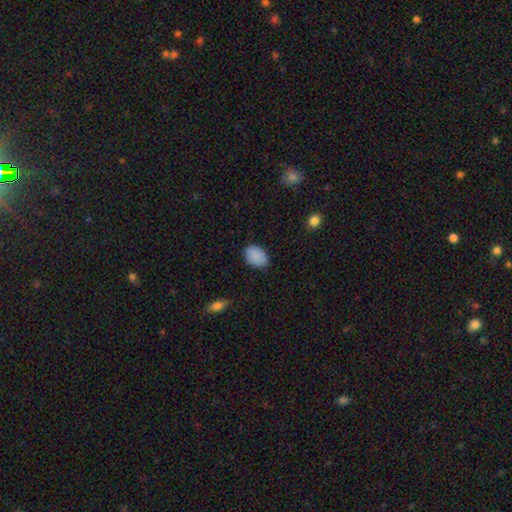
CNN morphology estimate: A smooth galaxy with no disk features (88%) that is in between round and cigar-shaped (83%).

Vote fractions:
- Smooth or featured? smooth: 88% / star or artifact: 7% / featured or disk: 5%
- How rounded? in between: 83% / round: 16% / cigar-shaped: 1%
- Merging? none: 78% / minor disturbance: 18% / major disturbance: 3% / merger: 1%